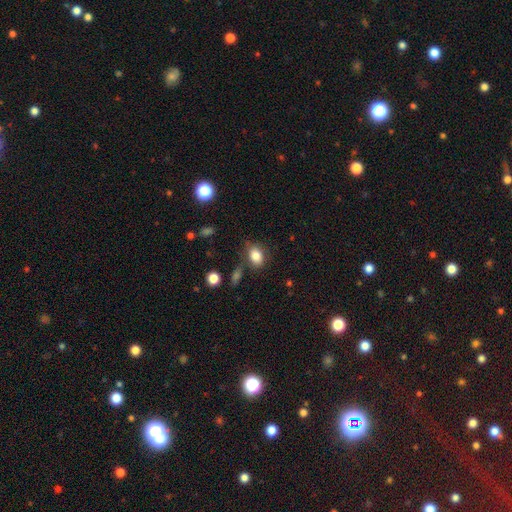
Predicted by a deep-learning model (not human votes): Smooth or featured? Predicted: smooth (p=0.83). How rounded? Predicted: in between (p=0.69). Merging? Predicted: none (p=0.71).